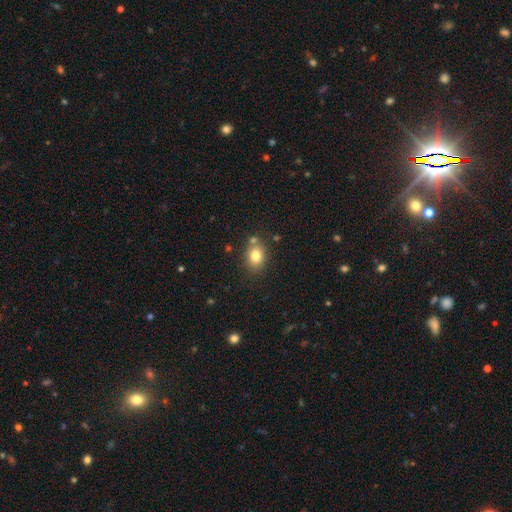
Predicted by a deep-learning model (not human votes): smooth_or_featured: smooth (p=0.79) [alt: star or artifact p=0.11]
how_rounded: round (p=0.51) [alt: in between p=0.48]
merging: none (p=0.72) [alt: minor disturbance p=0.13]